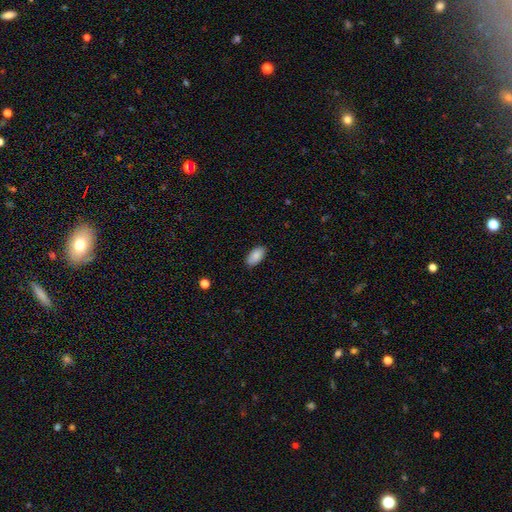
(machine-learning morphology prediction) A smooth galaxy with no disk features (88%) that is in between round and cigar-shaped (94%).

Vote fractions:
- Smooth or featured? smooth: 88% / star or artifact: 7% / featured or disk: 5%
- How rounded? in between: 94% / round: 3% / cigar-shaped: 3%
- Merging? none: 85% / minor disturbance: 11% / major disturbance: 2% / merger: 1%